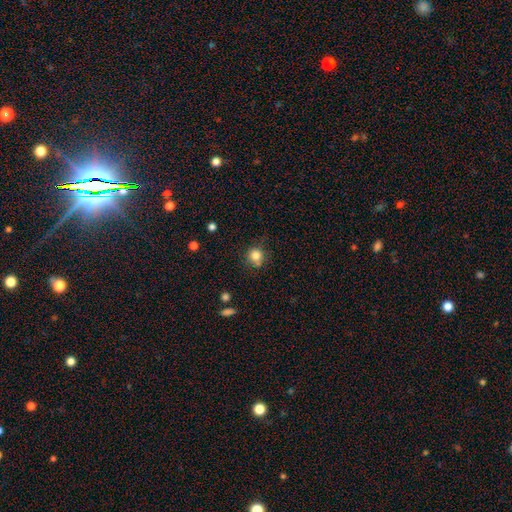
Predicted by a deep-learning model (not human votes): Smooth or featured? smooth (82%)
How rounded? round (86%)
Merging? none (67%)